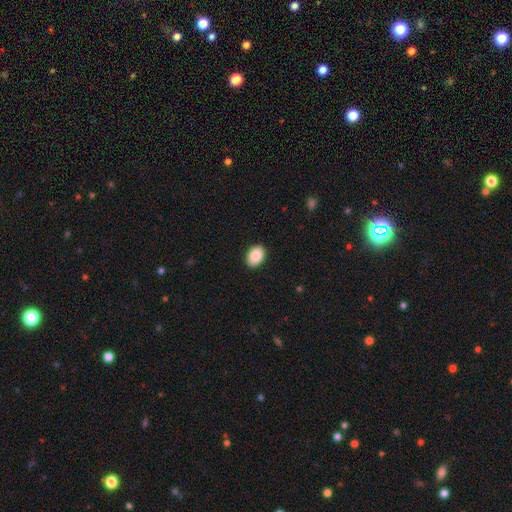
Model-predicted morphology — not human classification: smooth-or-featured: smooth: 88% | star or artifact: 7% | featured or disk: 5%
  how-rounded: in between: 82% | round: 17% | cigar-shaped: 1%
  merging: none: 90% | minor disturbance: 8% | major disturbance: 2% | merger: 1%